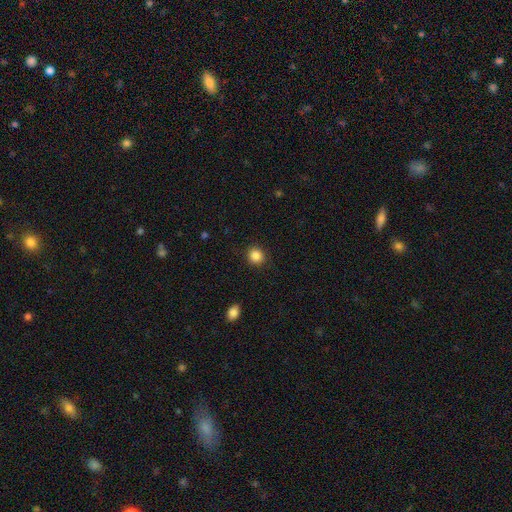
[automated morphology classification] smooth-or-featured: smooth: 86% | star or artifact: 10% | featured or disk: 3%
  how-rounded: round: 88% | in between: 11% | cigar-shaped: 1%
  merging: none: 90% | minor disturbance: 7% | major disturbance: 2% | merger: 1%